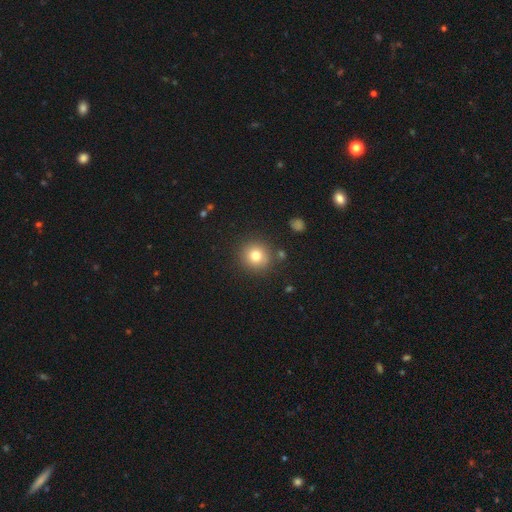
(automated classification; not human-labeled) Q: Smooth or featured?
A: smooth (79%); runner-up: star or artifact (12%)
Q: How rounded?
A: round (91%); runner-up: in between (8%)
Q: Merging?
A: none (87%); runner-up: minor disturbance (8%)